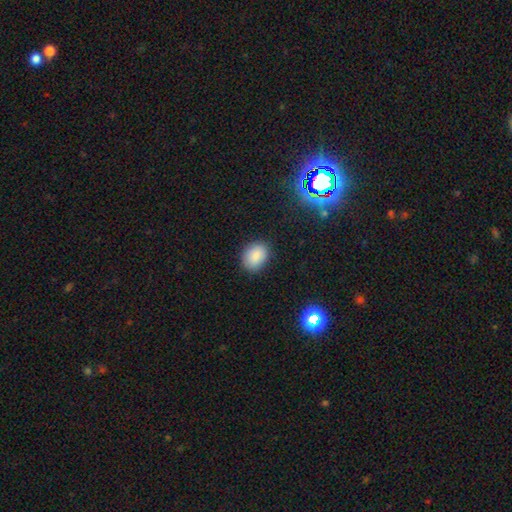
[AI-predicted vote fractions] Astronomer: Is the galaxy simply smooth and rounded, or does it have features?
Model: smooth — 87%.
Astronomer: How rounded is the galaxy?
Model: in between — 66%.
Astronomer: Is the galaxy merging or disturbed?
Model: none — 86%.